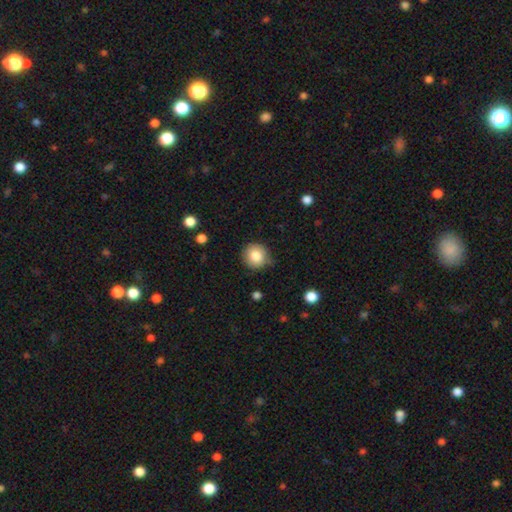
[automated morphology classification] Smooth or featured: smooth — 84% (star or artifact — 9%)
How rounded: round — 92% (in between — 7%)
Merging: none — 81% (minor disturbance — 14%)